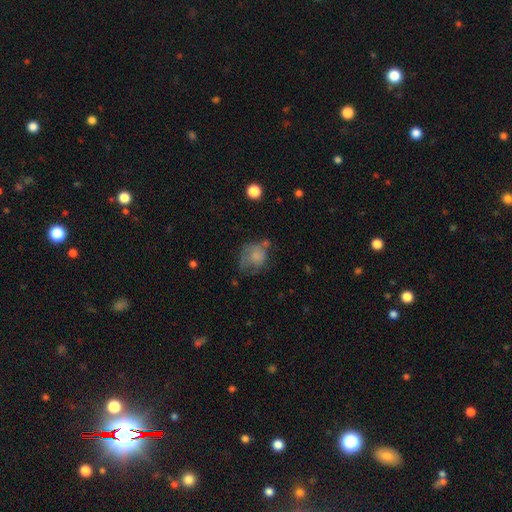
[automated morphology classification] The model was most divided on "merging": none: 35%, major disturbance: 29%, minor disturbance: 28%, merger: 7%. More confident: smooth or featured — smooth (60%); how rounded — round (56%).